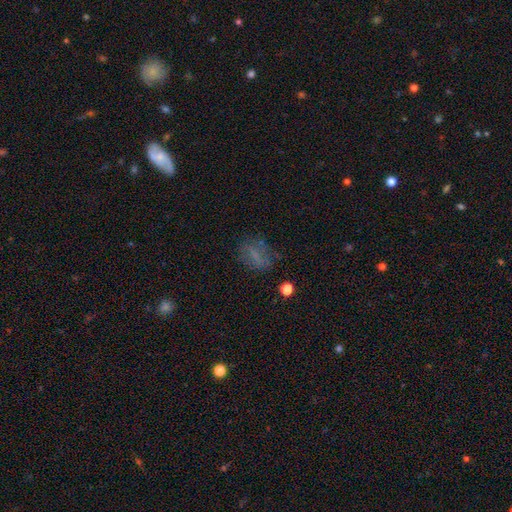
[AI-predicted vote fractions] Q: Smooth or featured?
A: smooth (57%); runner-up: featured or disk (24%)
Q: How rounded?
A: in between (67%); runner-up: round (26%)
Q: Merging?
A: none (64%); runner-up: minor disturbance (19%)